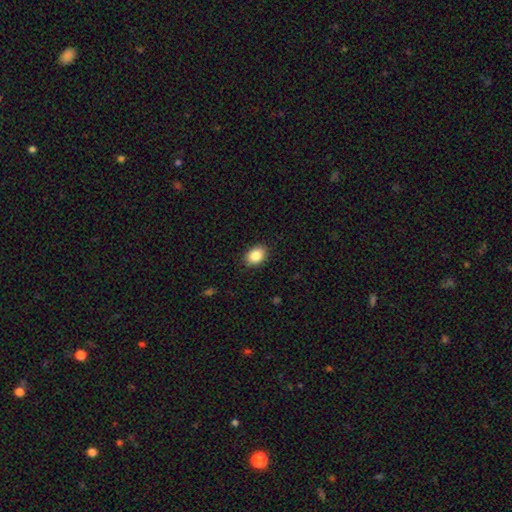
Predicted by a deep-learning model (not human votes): This is clearly a smooth galaxy (87%). How rounded: likely in between (70%). Merging: clearly none (89%).